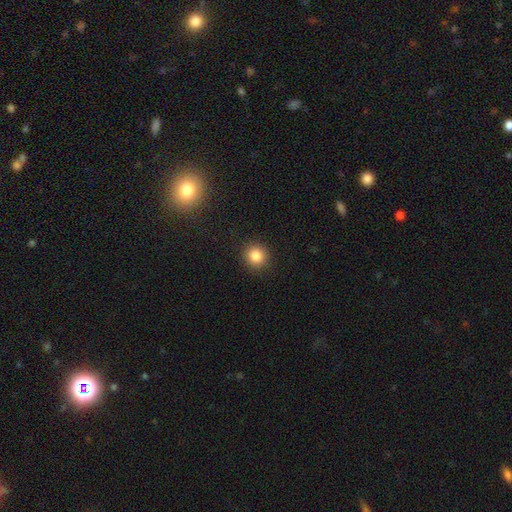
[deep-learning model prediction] Morphology: type=smooth (85%); roundness=round (92%); merging=none (91%).